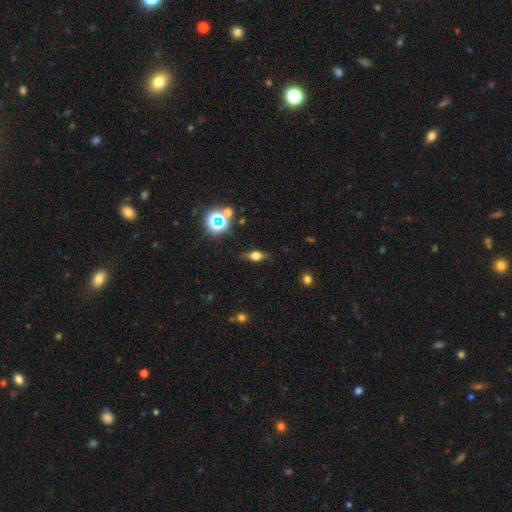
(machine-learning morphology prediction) The model was most divided on "smooth or featured": smooth: 50%, featured or disk: 35%, star or artifact: 16%. More confident: merging — none (81%).